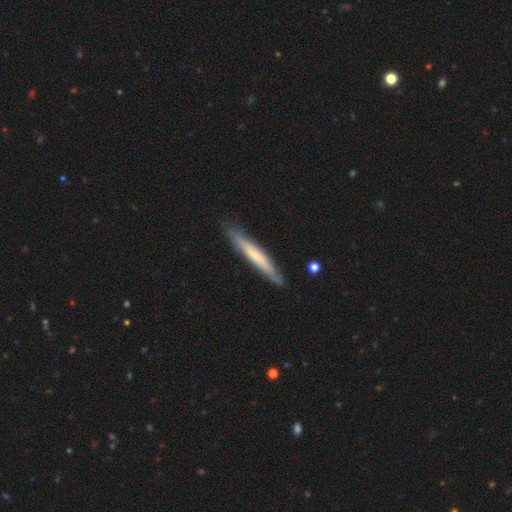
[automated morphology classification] featured or disk 48%, smooth 46%, star or artifact 5%. Down the decision tree: merging — none (85%).